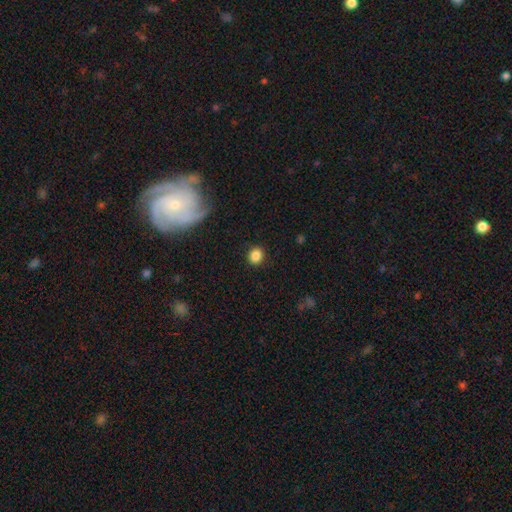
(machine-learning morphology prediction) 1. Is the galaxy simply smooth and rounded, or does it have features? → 85% smooth, 10% star or artifact, 5% featured or disk.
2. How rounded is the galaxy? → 73% round, 26% in between, 1% cigar-shaped.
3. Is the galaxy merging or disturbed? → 89% none, 7% minor disturbance, 2% major disturbance, 1% merger.